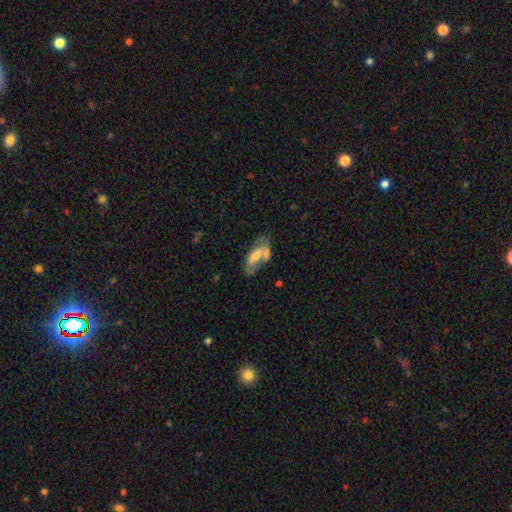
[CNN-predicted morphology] smooth-or-featured: smooth: 51% | featured or disk: 42% | star or artifact: 7%
  how-rounded: in between: 76% | cigar-shaped: 21% | round: 3%
  merging: none: 37% | merger: 30% | minor disturbance: 21% | major disturbance: 12%